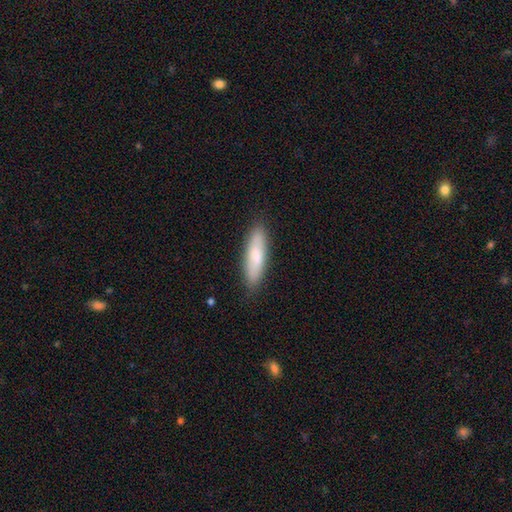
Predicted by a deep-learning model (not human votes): A smooth galaxy with no disk features (76%) that is cigar-shaped (68%).

Vote fractions:
- Smooth or featured? smooth: 76% / featured or disk: 18% / star or artifact: 6%
- How rounded? cigar-shaped: 68% / in between: 30% / round: 2%
- Merging? none: 87% / minor disturbance: 10% / major disturbance: 2% / merger: 1%